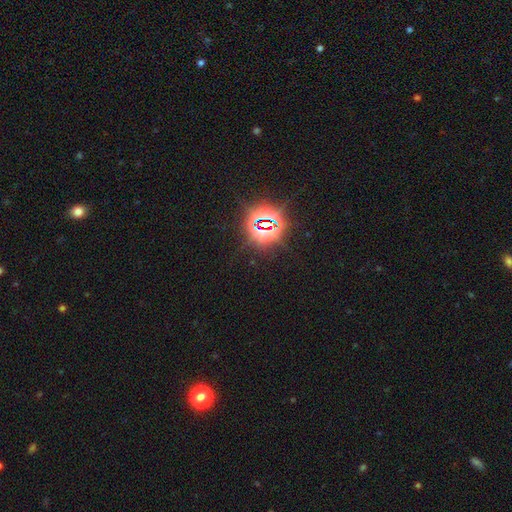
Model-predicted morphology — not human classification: star or artifact 83%, smooth 10%, featured or disk 7%.